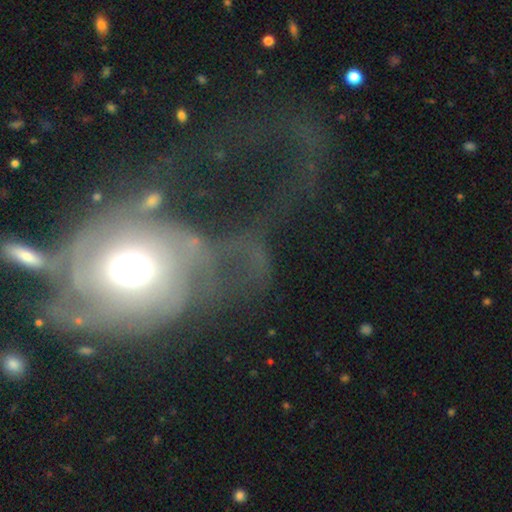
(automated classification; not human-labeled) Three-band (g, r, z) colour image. It shows a featured or disk galaxy (57%) with no bar (74%), spiral arms (50%, tied with no) and a moderate central bulge (52%). Merging: major disturbance (60%).